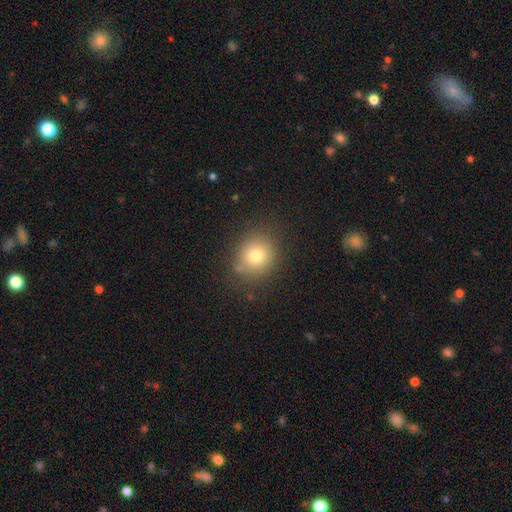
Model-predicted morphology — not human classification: smooth-or-featured: smooth: 74% | star or artifact: 14% | featured or disk: 11%
  how-rounded: round: 77% | in between: 22% | cigar-shaped: 1%
  merging: none: 80% | minor disturbance: 13% | major disturbance: 4% | merger: 3%